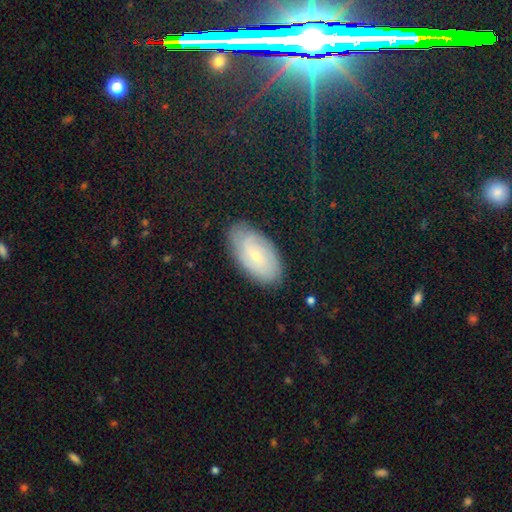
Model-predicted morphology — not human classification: A featured or disk galaxy (63%) with no bar (65%), tight (70%) spiral arms (86%) and a small central bulge (75%). Merging: none (81%).